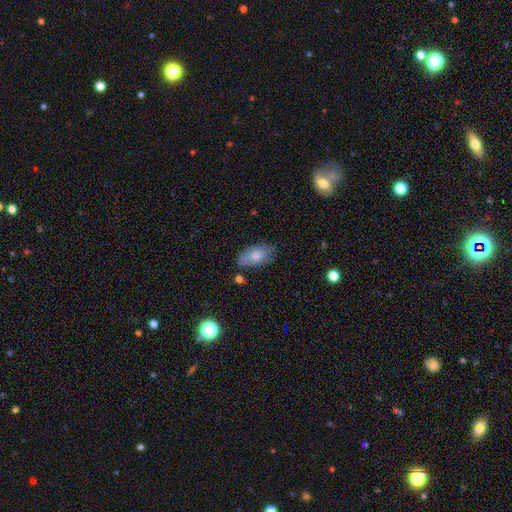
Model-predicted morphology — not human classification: Smooth or featured? smooth (69%)
How rounded? in between (91%)
Merging? none (75%)